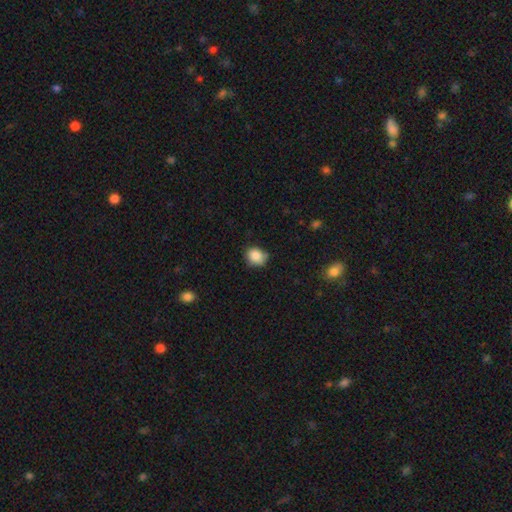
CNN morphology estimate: Overall: smooth (85%). How rounded: round (63%; in between 36%). Merging: none (68%).